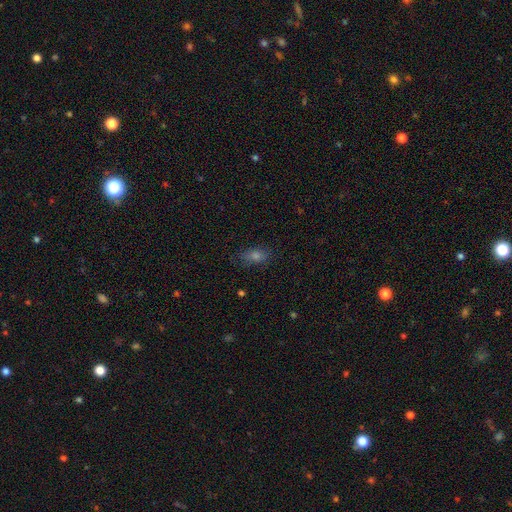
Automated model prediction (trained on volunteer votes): smooth_or_featured: smooth (p=0.65) [alt: star or artifact p=0.21]
how_rounded: in between (p=0.77) [alt: round p=0.13]
merging: none (p=0.82) [alt: minor disturbance p=0.13]